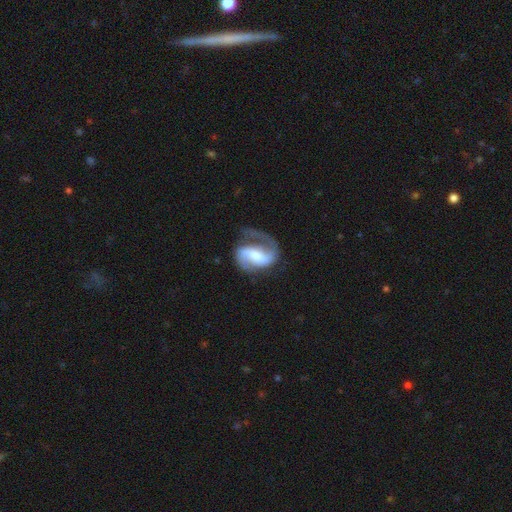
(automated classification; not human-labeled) Smooth or featured: featured or disk — 85% (smooth — 10%)
Edge-on disk: no — 98% (yes — 2%)
Bar: weak — 42% (strong — 41%)
Spiral arms: yes — 95% (no — 5%)
Spiral winding: medium — 49% (loose — 31%)
Spiral arm count: 2 — 75% (1 — 18%)
Bulge size: moderate — 49% (small — 31%)
Merging: none — 51% (major disturbance — 26%)